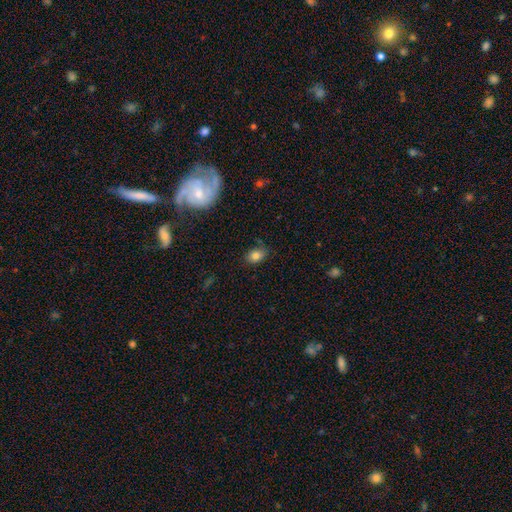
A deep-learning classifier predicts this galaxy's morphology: smooth_or_featured: smooth (p=0.81) [alt: star or artifact p=0.10]
how_rounded: in between (p=0.77) [alt: round p=0.22]
merging: none (p=0.78) [alt: minor disturbance p=0.17]